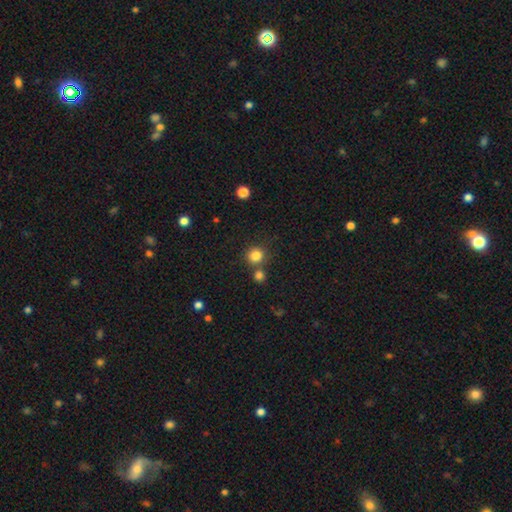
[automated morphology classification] Smooth or featured?
  - smooth: 83% *
  - star or artifact: 12%
  - featured or disk: 5%
How rounded?
  - round: 90% *
  - in between: 9%
  - cigar-shaped: 1%
Merging?
  - none: 72% *
  - merger: 18%
  - minor disturbance: 8%
  - major disturbance: 3%